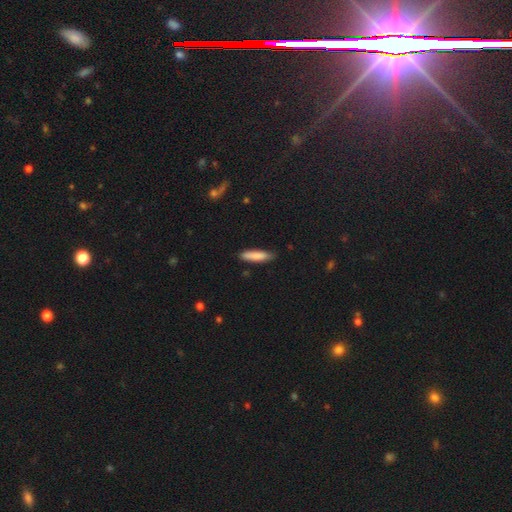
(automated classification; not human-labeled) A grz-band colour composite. It shows a smooth galaxy with no disk features (84%) that is cigar-shaped (75%). Merging: none (85%).